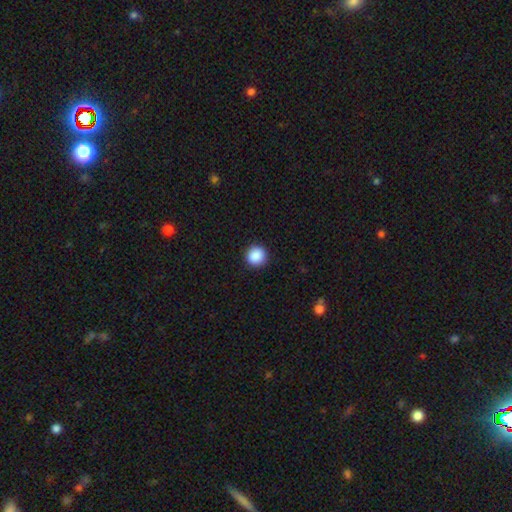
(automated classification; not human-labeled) Q: Smooth or featured?
A: smooth (89%); runner-up: star or artifact (9%)
Q: How rounded?
A: round (94%); runner-up: in between (5%)
Q: Merging?
A: none (92%); runner-up: minor disturbance (5%)